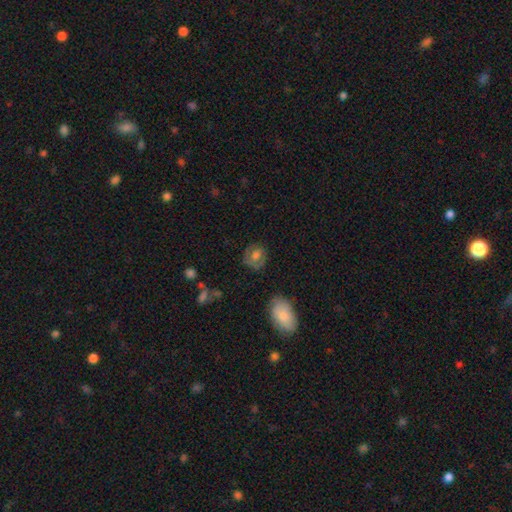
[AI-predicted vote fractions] smooth 58%, featured or disk 32%, star or artifact 10%. Down the decision tree: how rounded — round (60%); merging — none (74%).